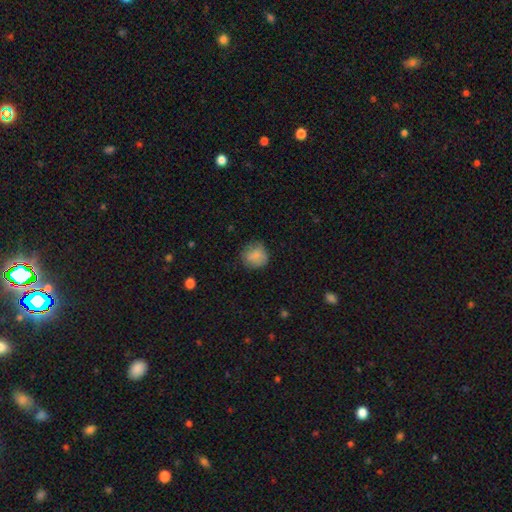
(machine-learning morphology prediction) A smooth galaxy with no disk features (81%) that is round (80%). Merging: none (72%).